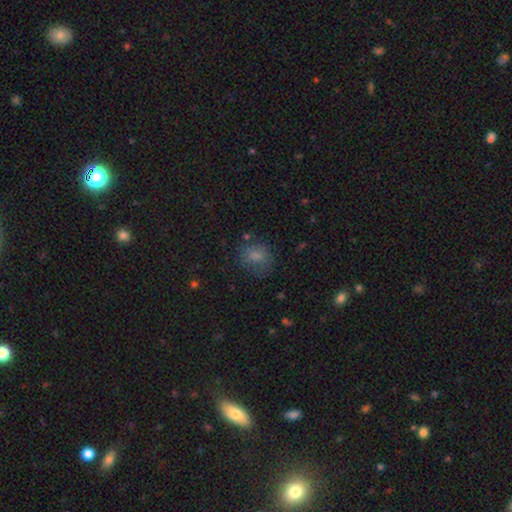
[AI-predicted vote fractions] A smooth galaxy with no disk features (73%) that is round (60%). Merging: none (64%).